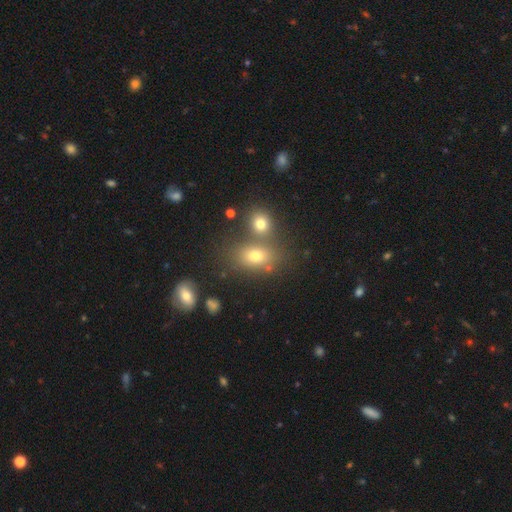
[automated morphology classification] A smooth galaxy with no disk features (71%) that is in between round and cigar-shaped (70%).

Vote fractions:
- Smooth or featured? smooth: 71% / star or artifact: 15% / featured or disk: 13%
- How rounded? in between: 70% / round: 28% / cigar-shaped: 2%
- Merging? none: 56% / merger: 28% / minor disturbance: 12% / major disturbance: 5%